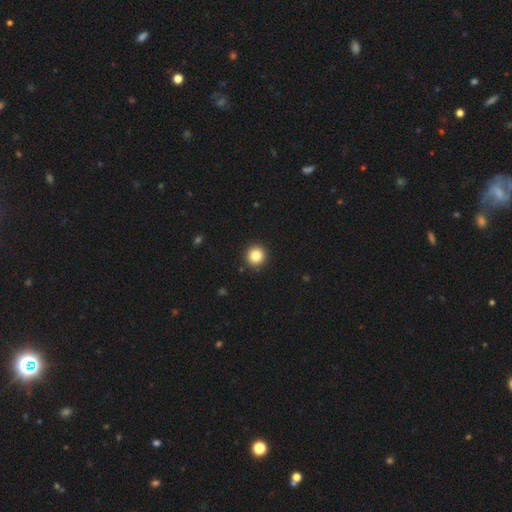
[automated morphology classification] Overall: smooth (84%). How rounded: round (94%). Merging: none (93%).